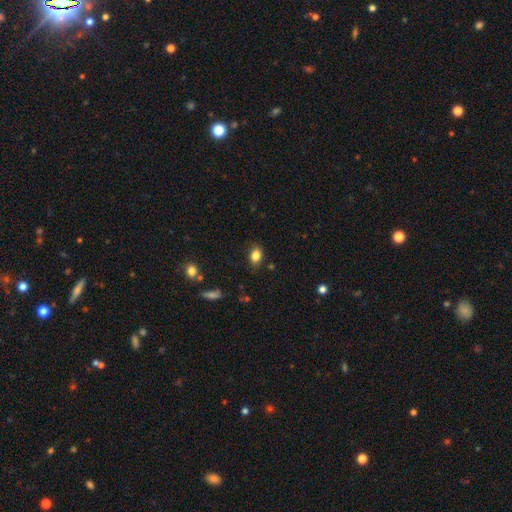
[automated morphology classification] A smooth galaxy with no disk features (83%) that is in between round and cigar-shaped (77%).

Vote fractions:
- Smooth or featured? smooth: 83% / star or artifact: 10% / featured or disk: 7%
- How rounded? in between: 77% / round: 22% / cigar-shaped: 2%
- Merging? none: 81% / minor disturbance: 15% / major disturbance: 3% / merger: 2%